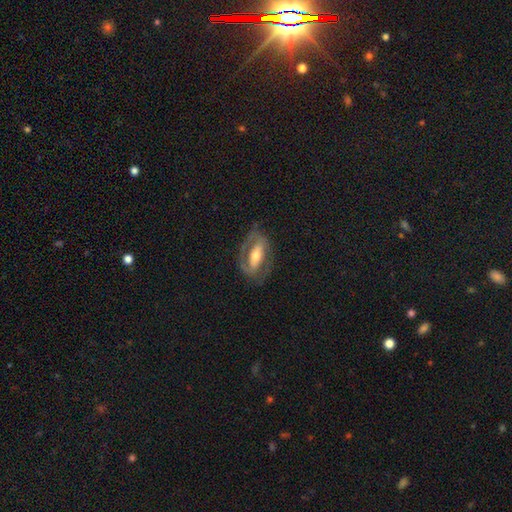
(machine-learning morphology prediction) This is likely a featured or disk galaxy (74%). It is clearly not viewed edge-on (90%). Bar: possibly strong (47%). Spiral arm pattern: likely yes (65%). Central bulge: likely moderate (63%). Merging: likely none (71%).